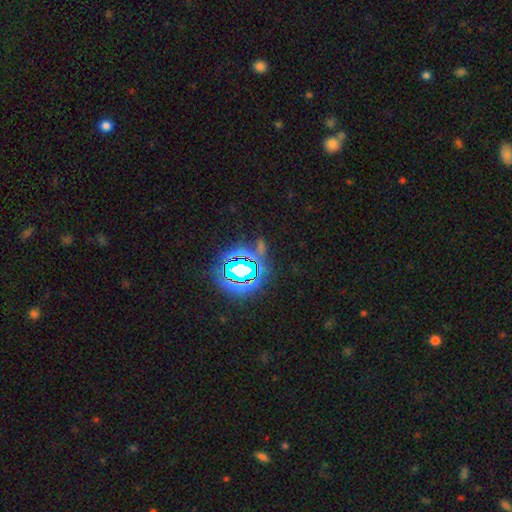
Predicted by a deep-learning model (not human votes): The model was most divided on "smooth or featured": star or artifact: 79%, smooth: 13%, featured or disk: 8%.